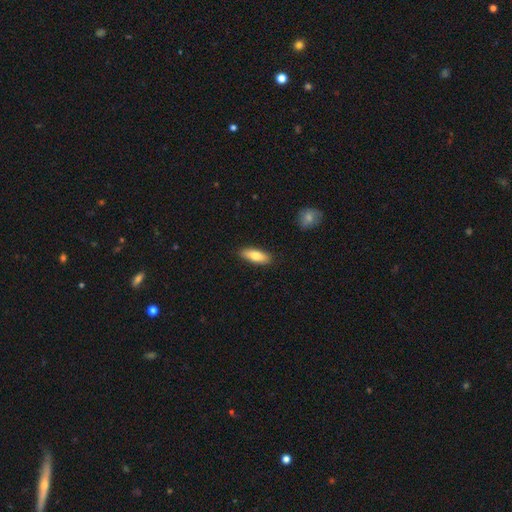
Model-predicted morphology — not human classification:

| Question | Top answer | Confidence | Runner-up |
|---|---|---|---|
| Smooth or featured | smooth | 78% | featured or disk (17%) |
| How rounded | in between | 64% | cigar-shaped (34%) |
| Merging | none | 88% | minor disturbance (9%) |